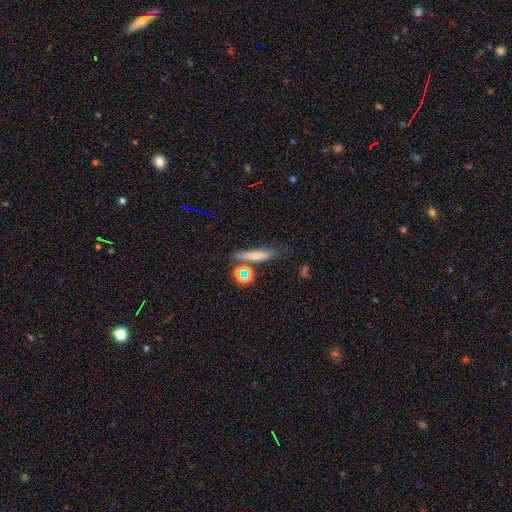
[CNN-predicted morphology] Smooth or featured: smooth — 66% (featured or disk — 19%)
How rounded: cigar-shaped — 74% (in between — 19%)
Merging: none — 68% (minor disturbance — 15%)